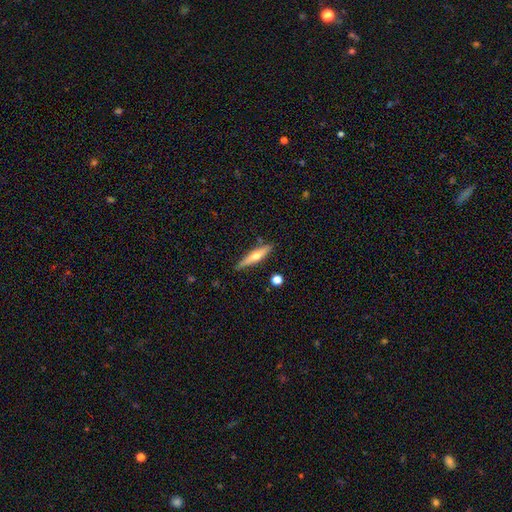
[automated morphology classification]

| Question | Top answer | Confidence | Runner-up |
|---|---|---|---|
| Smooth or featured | featured or disk | 53% | smooth (41%) |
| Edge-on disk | yes | 93% | no (7%) |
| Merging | none | 84% | minor disturbance (11%) |